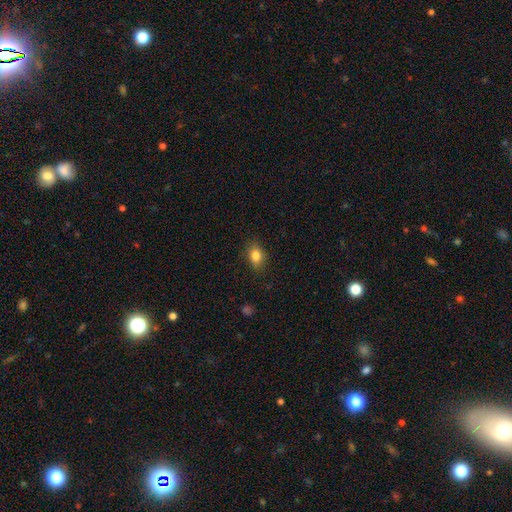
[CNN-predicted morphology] Smooth or featured: smooth — 83% (star or artifact — 10%)
How rounded: in between — 69% (round — 29%)
Merging: none — 84% (minor disturbance — 12%)